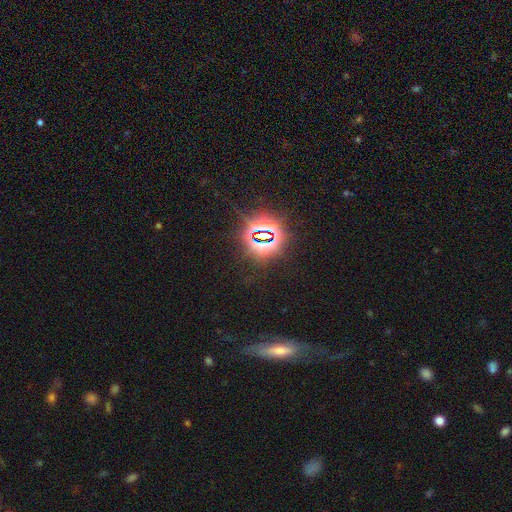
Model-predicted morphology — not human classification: Smooth or featured?
  - star or artifact: 52% *
  - featured or disk: 29%
  - smooth: 18%